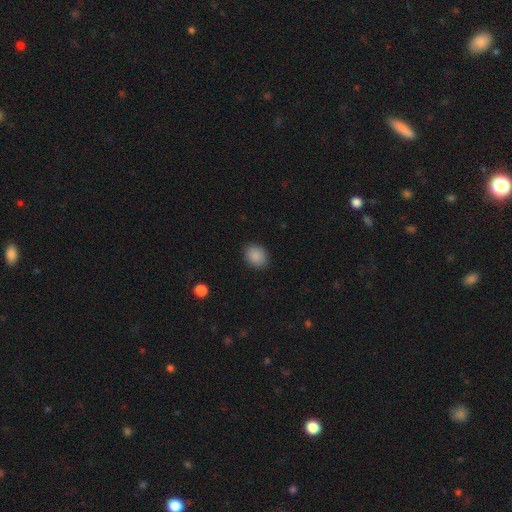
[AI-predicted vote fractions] Overall: smooth (88%). How rounded: round (55%; in between 44%). Merging: none (88%).